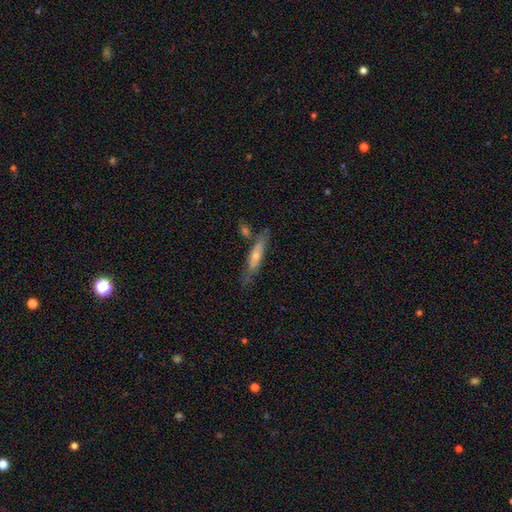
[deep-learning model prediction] smooth 49%, featured or disk 45%, star or artifact 6%. Down the decision tree: merging — none (61%).